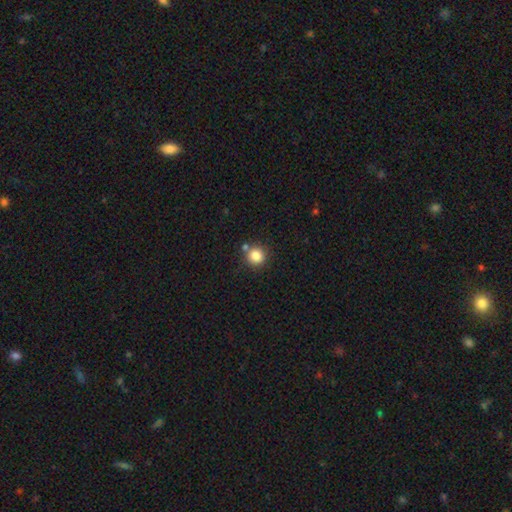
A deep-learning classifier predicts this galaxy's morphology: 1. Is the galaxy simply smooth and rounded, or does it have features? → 83% smooth, 11% star or artifact, 5% featured or disk.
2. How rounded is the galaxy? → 92% round, 7% in between, 1% cigar-shaped.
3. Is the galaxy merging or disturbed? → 75% none, 13% merger, 9% minor disturbance, 3% major disturbance.